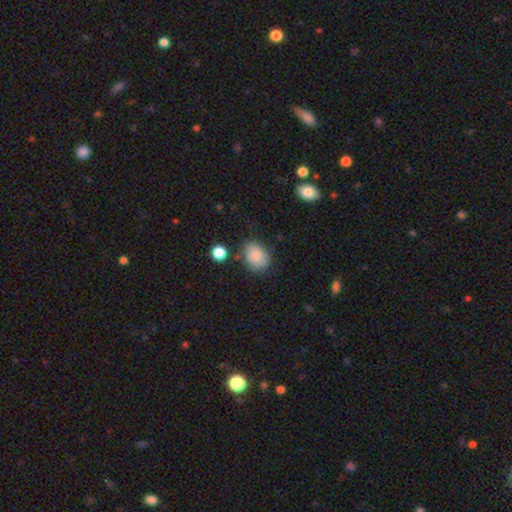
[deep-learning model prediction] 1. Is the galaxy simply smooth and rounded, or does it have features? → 80% smooth, 11% featured or disk, 9% star or artifact.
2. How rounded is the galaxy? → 57% in between, 42% round, 1% cigar-shaped.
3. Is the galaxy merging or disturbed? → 65% none, 23% minor disturbance, 7% major disturbance, 5% merger.